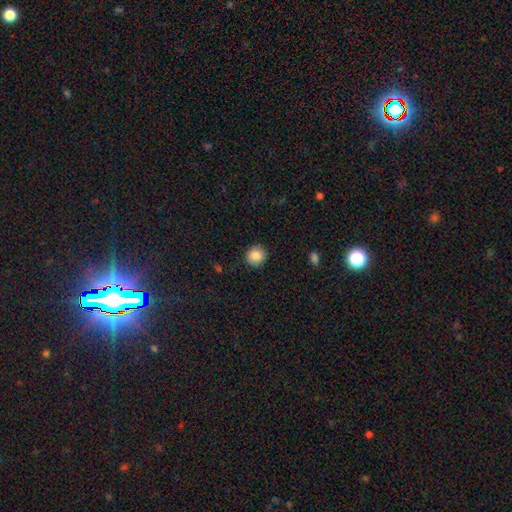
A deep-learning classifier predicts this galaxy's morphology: This is clearly a smooth galaxy (87%). How rounded: clearly round (91%). Merging: clearly none (89%).